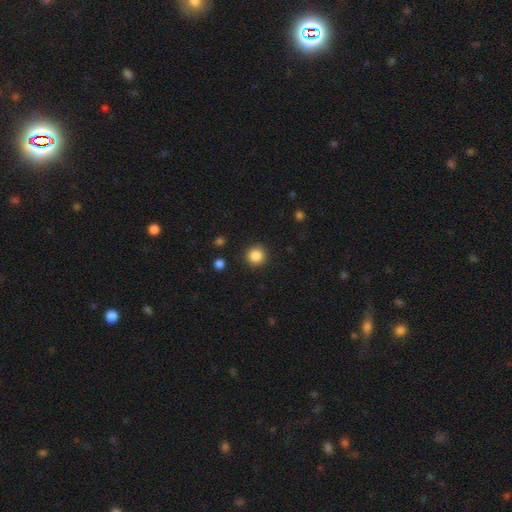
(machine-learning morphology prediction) This is clearly a smooth galaxy (86%). How rounded: clearly round (95%). Merging: clearly none (90%).